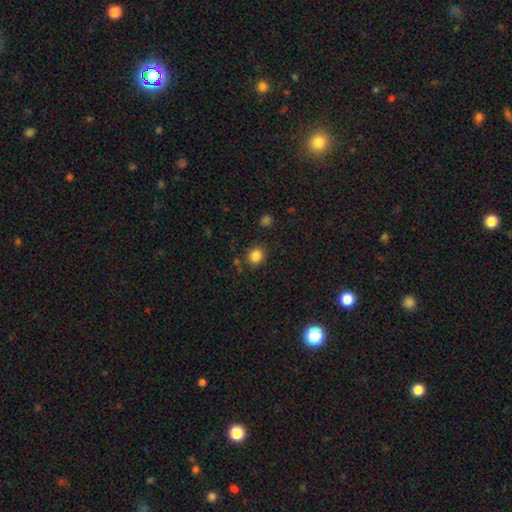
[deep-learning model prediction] Smooth or featured? smooth (85%)
How rounded? round (84%)
Merging? none (84%)